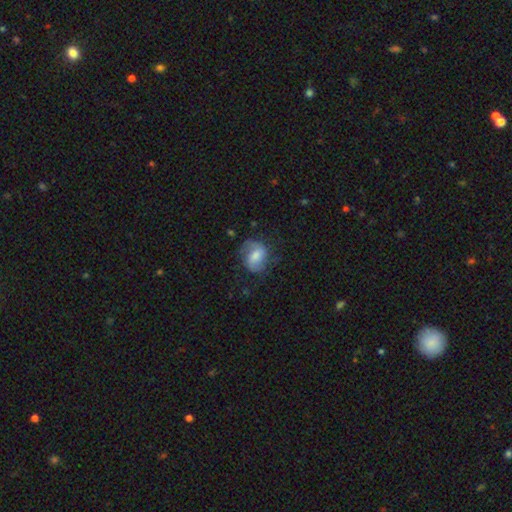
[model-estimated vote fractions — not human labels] Smooth or featured? featured or disk (56%)
Edge-on disk? no (97%)
Bar? weak (46%)
Spiral arms? yes (88%)
Bulge size? moderate (41%)
Merging? none (62%)